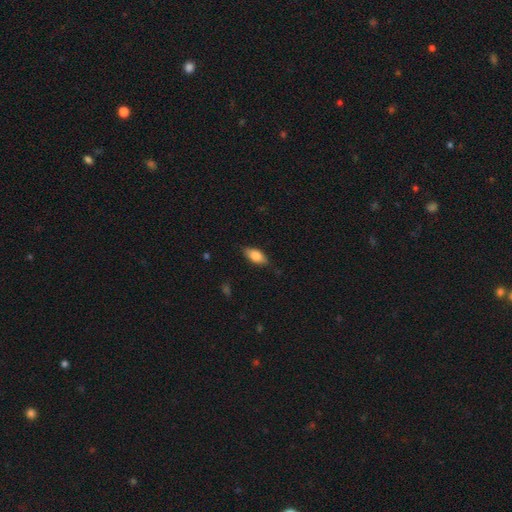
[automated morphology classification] type=smooth (81%); roundness=in between (89%); merging=none (82%).